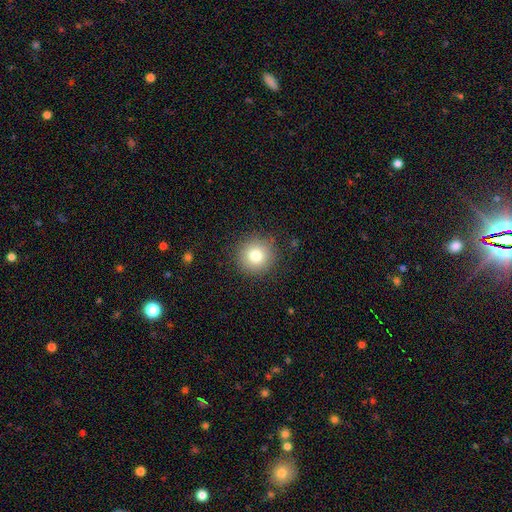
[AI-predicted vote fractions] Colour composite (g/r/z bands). It shows a smooth galaxy with no disk features (80%) that is round (94%). Merging: none (89%).